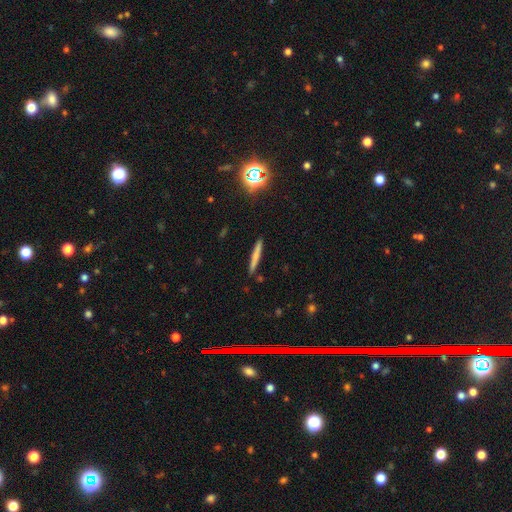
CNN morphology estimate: A smooth galaxy with no disk features (64%) that is cigar-shaped (95%).

Vote fractions:
- Smooth or featured? smooth: 64% / featured or disk: 27% / star or artifact: 8%
- How rounded? cigar-shaped: 95% / in between: 3% / round: 2%
- Merging? none: 88% / minor disturbance: 8% / merger: 2% / major disturbance: 2%